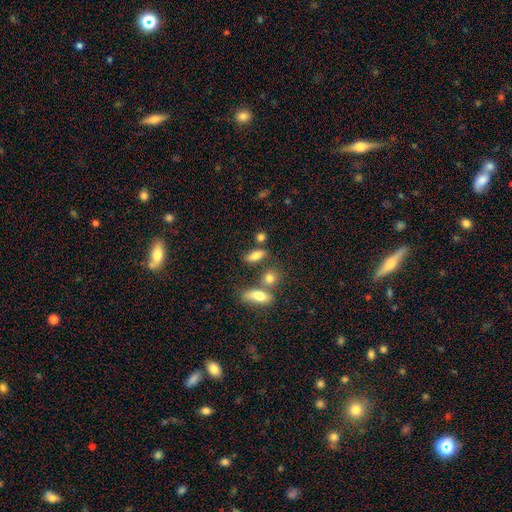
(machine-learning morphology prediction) A smooth galaxy with no disk features (75%) that is in between round and cigar-shaped (69%).

Vote fractions:
- Smooth or featured? smooth: 75% / featured or disk: 15% / star or artifact: 10%
- How rounded? in between: 69% / cigar-shaped: 23% / round: 8%
- Merging? none: 63% / merger: 18% / minor disturbance: 14% / major disturbance: 5%